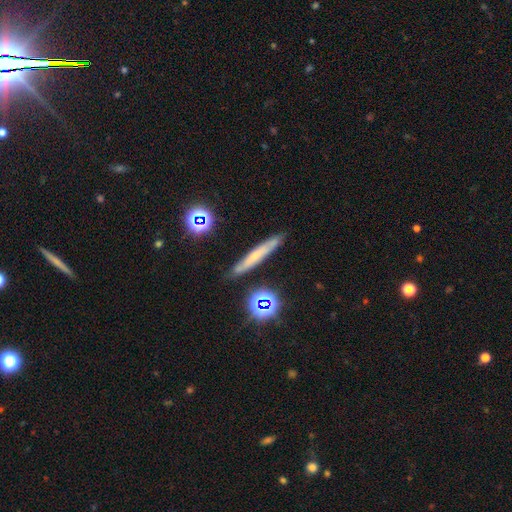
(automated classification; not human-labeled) The model was most divided on "smooth or featured": smooth: 43%, featured or disk: 42%, star or artifact: 15%. More confident: merging — none (83%).